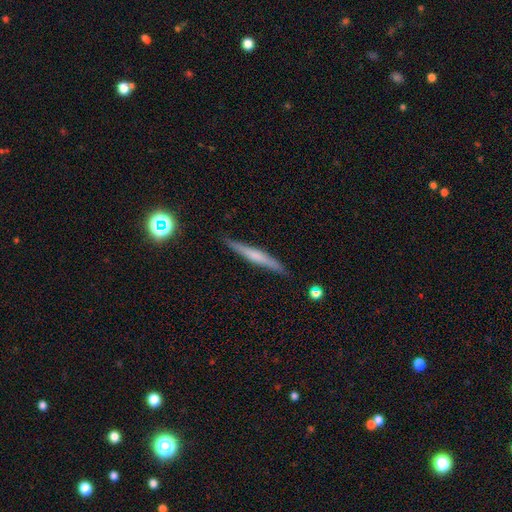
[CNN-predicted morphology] Q: Smooth or featured?
A: featured or disk (47%); runner-up: smooth (46%)
Q: Merging?
A: none (87%); runner-up: minor disturbance (9%)